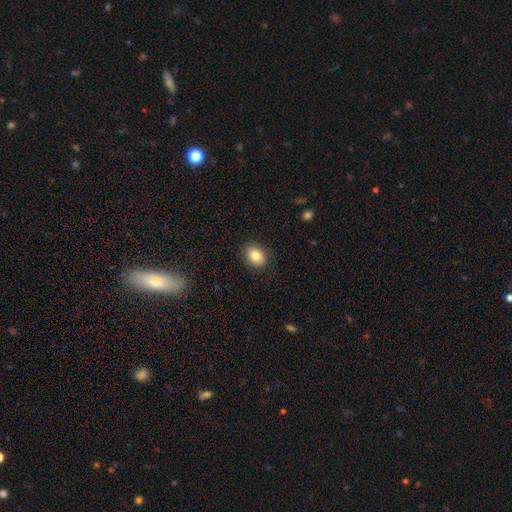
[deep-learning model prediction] A smooth galaxy with no disk features (84%) that is in between round and cigar-shaped (58%). Merging: none (88%).